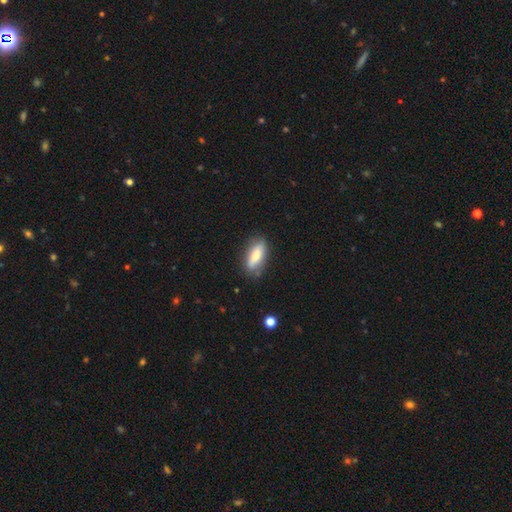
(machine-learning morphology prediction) This is likely a smooth galaxy (70%). How rounded: likely in between (65%). Merging: likely none (78%).